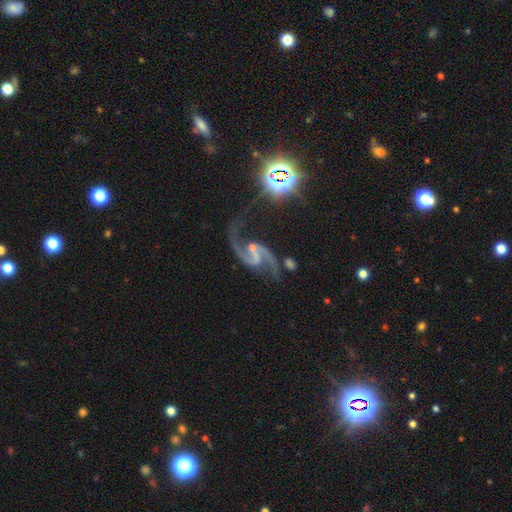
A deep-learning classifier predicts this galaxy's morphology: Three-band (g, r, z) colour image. It shows a featured or disk galaxy (90%) with a weak bar (46%), 2 (94%) loose (68%) spiral arms (98%) and a small central bulge (54%). Merging: none (67%).